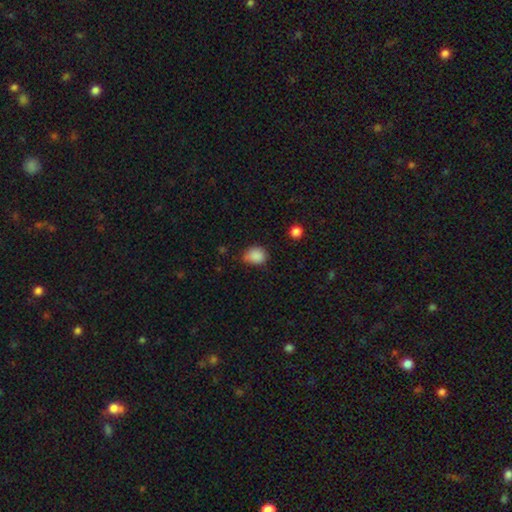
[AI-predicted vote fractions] Overall: smooth (87%). How rounded: round (51%; in between 48%). Merging: none (64%; minor disturbance 29%).